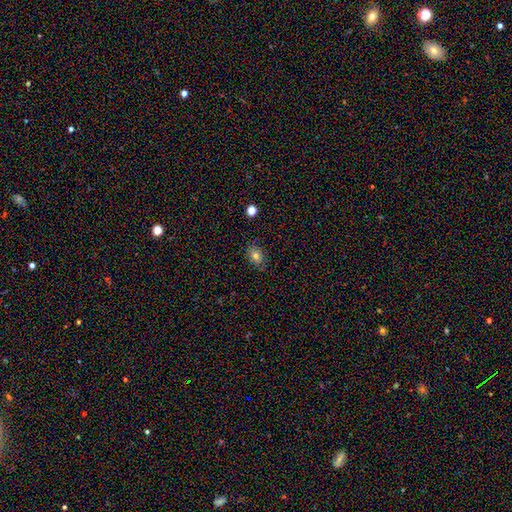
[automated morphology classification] smooth 73%, featured or disk 15%, star or artifact 12%. Down the decision tree: how rounded — in between (72%); merging — none (78%).